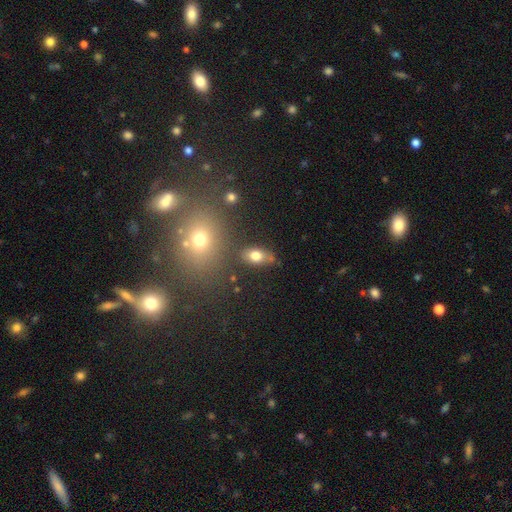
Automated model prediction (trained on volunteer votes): Smooth or featured? Predicted: smooth (p=0.76). How rounded? Predicted: in between (p=0.83). Merging? Predicted: none (p=0.72).